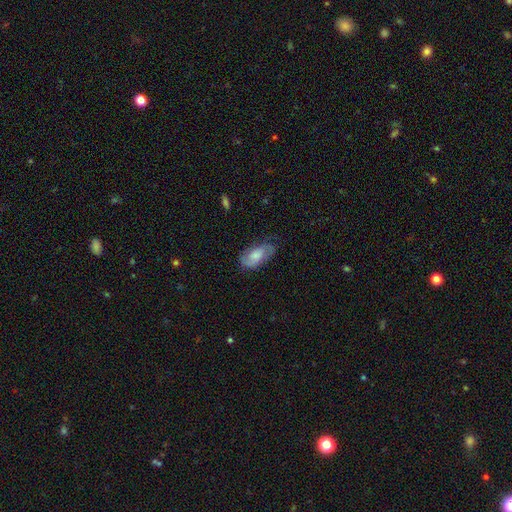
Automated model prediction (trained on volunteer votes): A smooth galaxy with no disk features (50%) that is in between round and cigar-shaped (90%).

Vote fractions:
- Smooth or featured? smooth: 50% / featured or disk: 42% / star or artifact: 8%
- How rounded? in between: 90% / cigar-shaped: 6% / round: 4%
- Merging? none: 59% / minor disturbance: 28% / major disturbance: 11% / merger: 2%